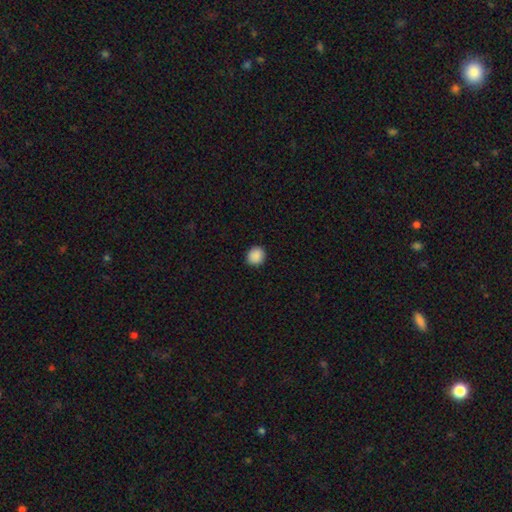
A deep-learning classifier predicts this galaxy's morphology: Smooth or featured: smooth — 90% (star or artifact — 8%)
How rounded: round — 81% (in between — 18%)
Merging: none — 91% (minor disturbance — 6%)